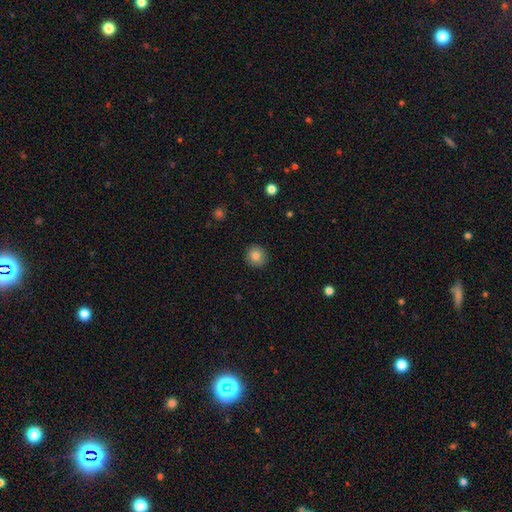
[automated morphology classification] Smooth or featured? smooth (84%)
How rounded? round (91%)
Merging? none (91%)